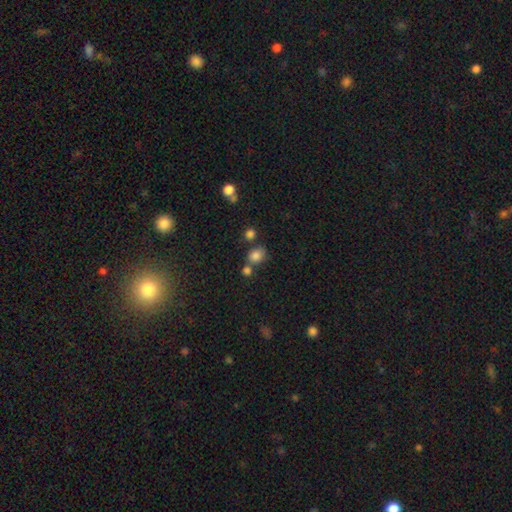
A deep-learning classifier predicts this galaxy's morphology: Smooth or featured?
  - smooth: 81% *
  - star or artifact: 13%
  - featured or disk: 6%
How rounded?
  - round: 65% *
  - in between: 34%
  - cigar-shaped: 1%
Merging?
  - none: 58% *
  - merger: 25%
  - minor disturbance: 12%
  - major disturbance: 5%